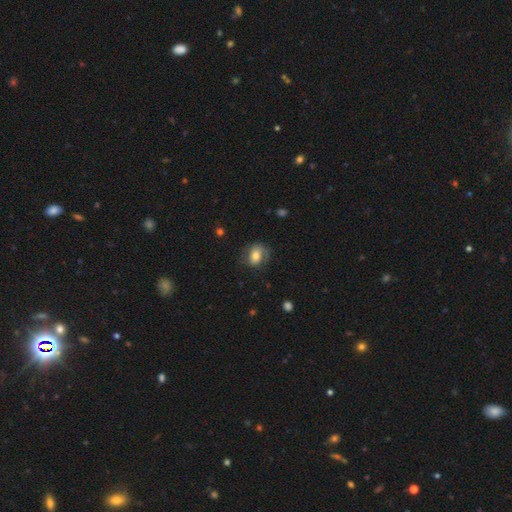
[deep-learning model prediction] A smooth galaxy with no disk features (57%) that is in between round and cigar-shaped (56%).

Vote fractions:
- Smooth or featured? smooth: 57% / featured or disk: 35% / star or artifact: 8%
- How rounded? in between: 56% / round: 43% / cigar-shaped: 1%
- Merging? none: 60% / minor disturbance: 23% / major disturbance: 16% / merger: 2%